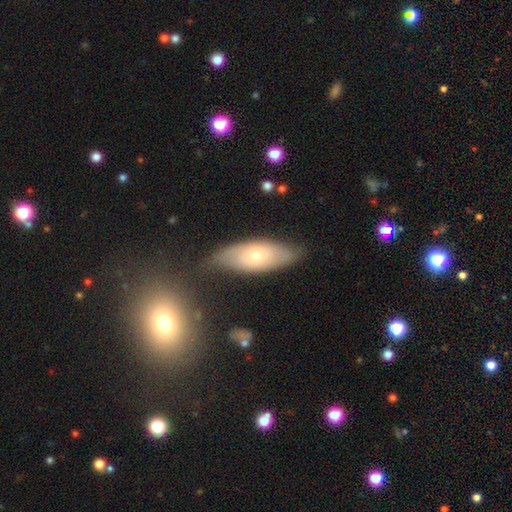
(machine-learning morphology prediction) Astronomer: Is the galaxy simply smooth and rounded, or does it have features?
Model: smooth — 57% (runner-up: featured or disk, 36%).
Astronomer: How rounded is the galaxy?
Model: in between — 79%.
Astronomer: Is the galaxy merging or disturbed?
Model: none — 67%.